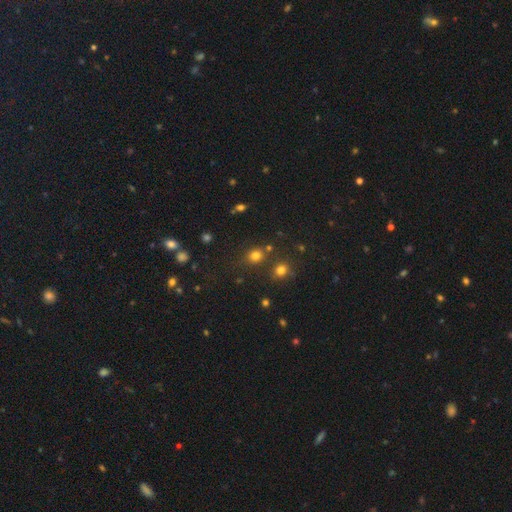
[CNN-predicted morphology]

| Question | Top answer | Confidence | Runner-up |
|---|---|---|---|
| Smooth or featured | smooth | 76% | star or artifact (18%) |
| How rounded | round | 77% | in between (22%) |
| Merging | none | 74% | merger (11%) |